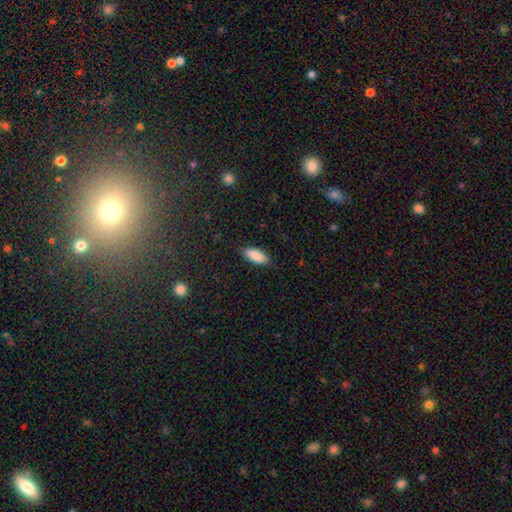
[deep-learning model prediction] A smooth galaxy with no disk features (89%) that is in between round and cigar-shaped (86%).

Vote fractions:
- Smooth or featured? smooth: 89% / star or artifact: 6% / featured or disk: 5%
- How rounded? in between: 86% / cigar-shaped: 13% / round: 2%
- Merging? none: 87% / minor disturbance: 10% / major disturbance: 2% / merger: 1%